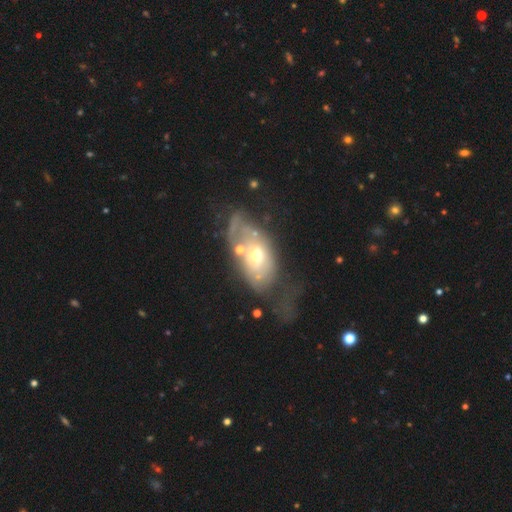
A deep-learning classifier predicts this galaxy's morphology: Q: Smooth or featured?
A: featured or disk (52%); runner-up: smooth (39%)
Q: Edge-on disk?
A: no (90%); runner-up: yes (10%)
Q: Merging?
A: major disturbance (41%); runner-up: none (24%)